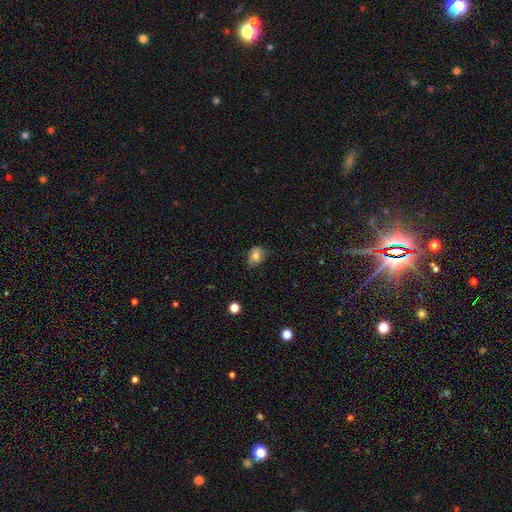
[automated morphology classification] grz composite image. It shows a smooth galaxy with no disk features (73%) that is in between round and cigar-shaped (51%). Merging: none (70%).